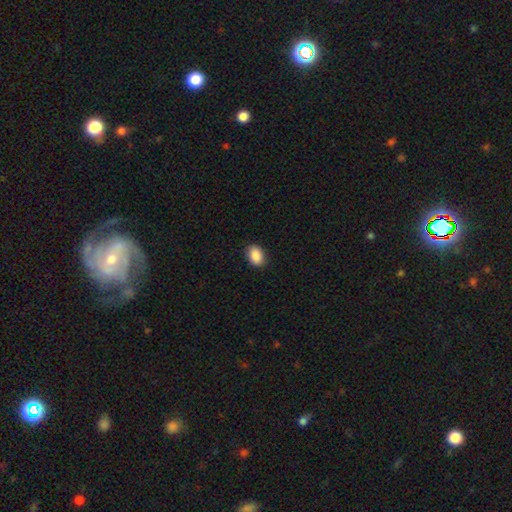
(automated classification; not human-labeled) smooth-or-featured: smooth: 90% | star or artifact: 7% | featured or disk: 3%
  how-rounded: in between: 80% | round: 19% | cigar-shaped: 1%
  merging: none: 87% | minor disturbance: 10% | major disturbance: 2% | merger: 1%